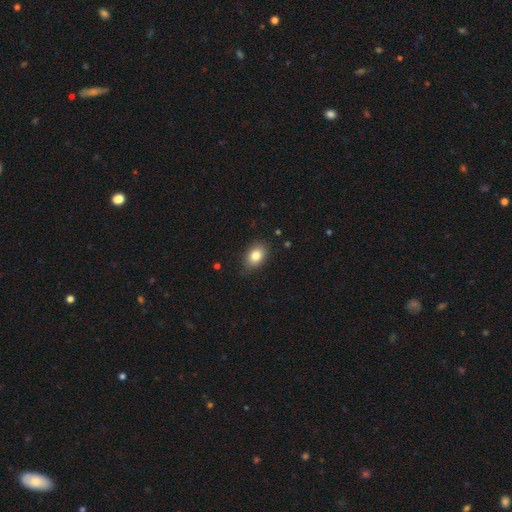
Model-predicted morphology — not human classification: Smooth or featured? Predicted: smooth (p=0.83). How rounded? Predicted: in between (p=0.80). Merging? Predicted: none (p=0.82).